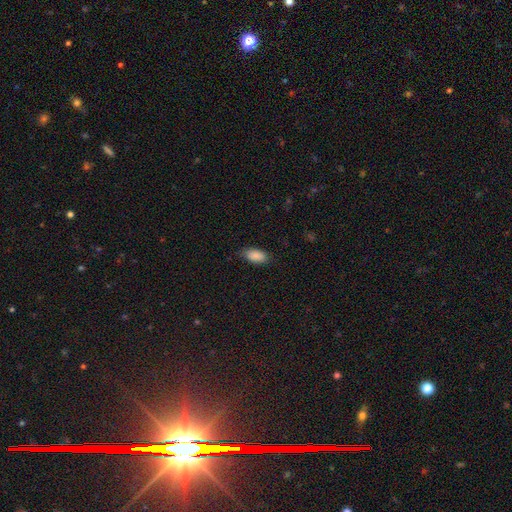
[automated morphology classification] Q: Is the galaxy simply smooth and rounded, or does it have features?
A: smooth — 88%.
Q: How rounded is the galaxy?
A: in between — 92%.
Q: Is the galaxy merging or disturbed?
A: none — 77%.